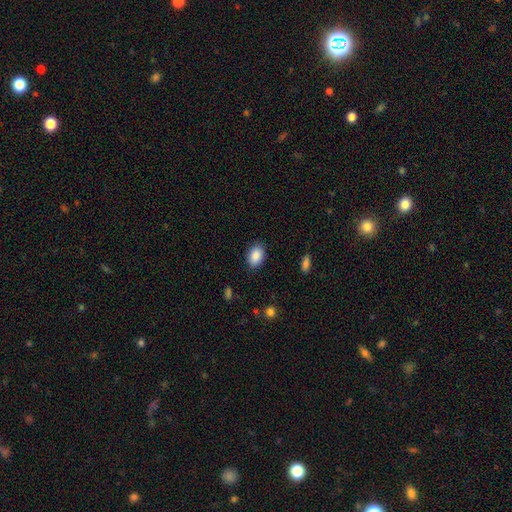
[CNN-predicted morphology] Smooth or featured? Predicted: smooth (p=0.88). How rounded? Predicted: in between (p=0.83). Merging? Predicted: none (p=0.86).